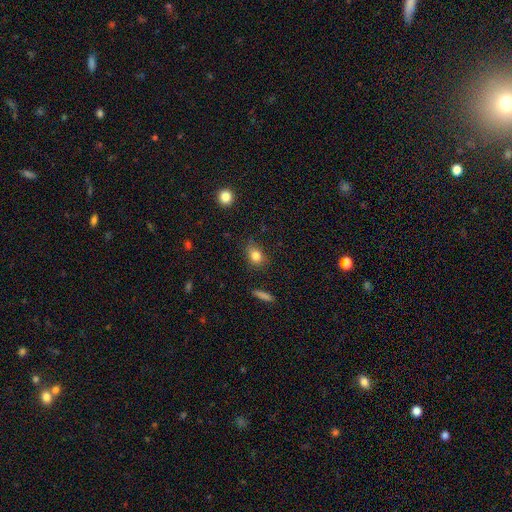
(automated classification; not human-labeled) smooth 82%, star or artifact 11%, featured or disk 8%. Down the decision tree: how rounded — in between (57%); merging — none (77%).